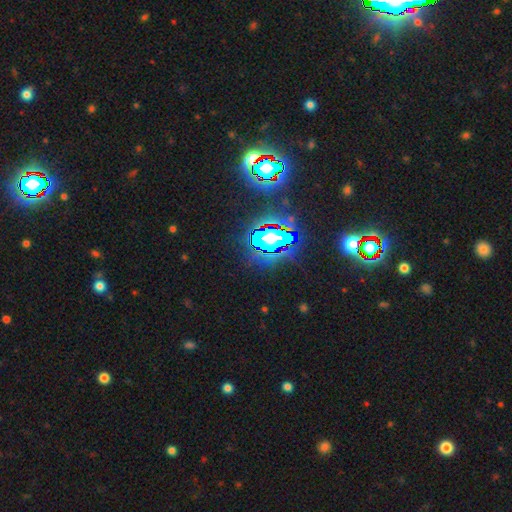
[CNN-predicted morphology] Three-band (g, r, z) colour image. It shows a star or artifact, not a galaxy (83%).